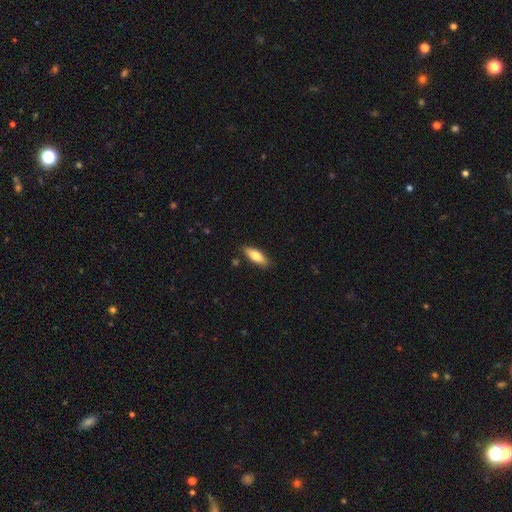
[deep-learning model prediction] Smooth or featured?
  - smooth: 74% *
  - featured or disk: 20%
  - star or artifact: 6%
How rounded?
  - in between: 63% *
  - cigar-shaped: 34%
  - round: 2%
Merging?
  - none: 86% *
  - minor disturbance: 11%
  - major disturbance: 2%
  - merger: 2%